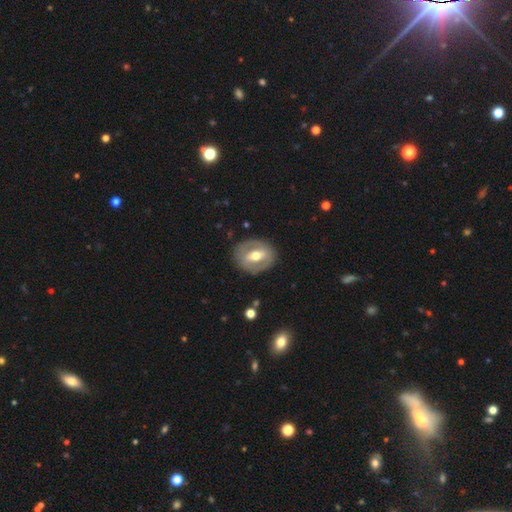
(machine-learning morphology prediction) type=featured or disk (62%); edge-on=no (93%); bar=strong (41%); spiral arms=no (72%); bulge=moderate (74%); merging=none (83%).